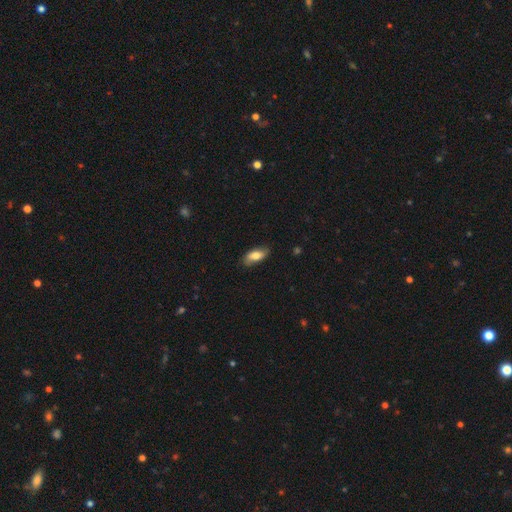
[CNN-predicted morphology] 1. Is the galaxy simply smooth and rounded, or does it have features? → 72% smooth, 22% featured or disk, 6% star or artifact.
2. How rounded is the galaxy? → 86% in between, 11% cigar-shaped, 3% round.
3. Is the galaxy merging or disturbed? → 78% none, 18% minor disturbance, 3% major disturbance, 1% merger.